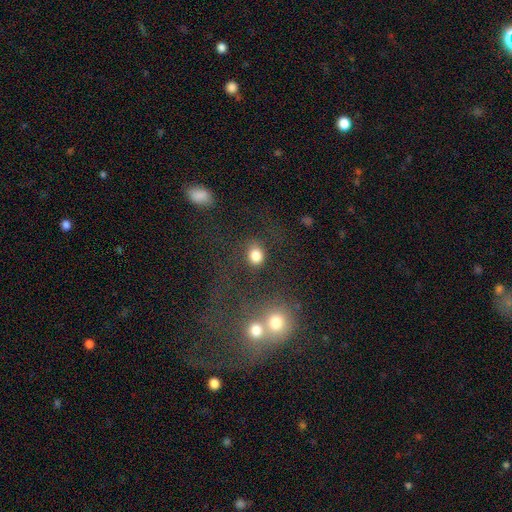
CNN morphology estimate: Smooth or featured? Predicted: smooth (p=0.82). How rounded? Predicted: round (p=0.60). Merging? Predicted: none (p=0.75).